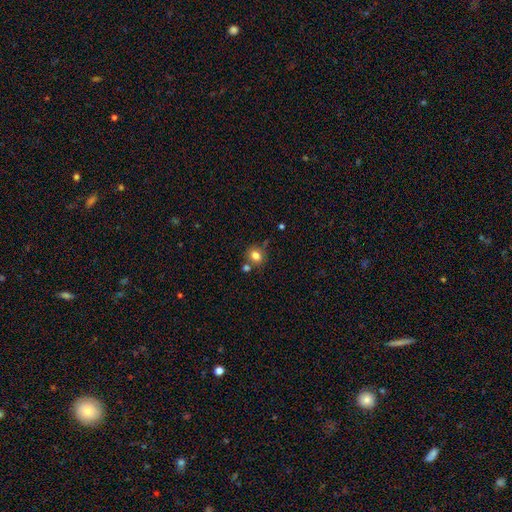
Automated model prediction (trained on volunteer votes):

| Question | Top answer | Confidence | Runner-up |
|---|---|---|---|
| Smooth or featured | smooth | 80% | star or artifact (12%) |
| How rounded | round | 76% | in between (23%) |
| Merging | none | 70% | merger (14%) |